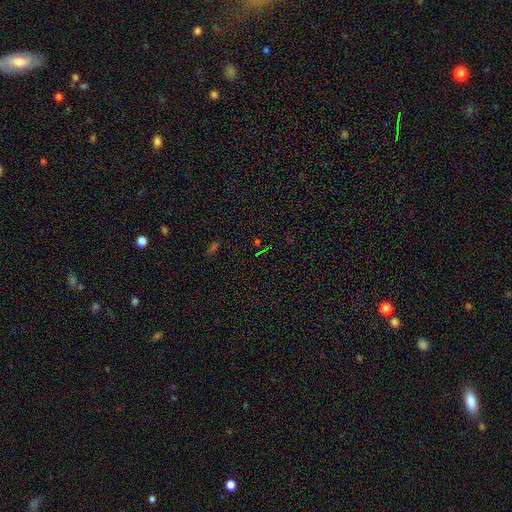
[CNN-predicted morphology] star or artifact 69%, smooth 22%, featured or disk 10%.